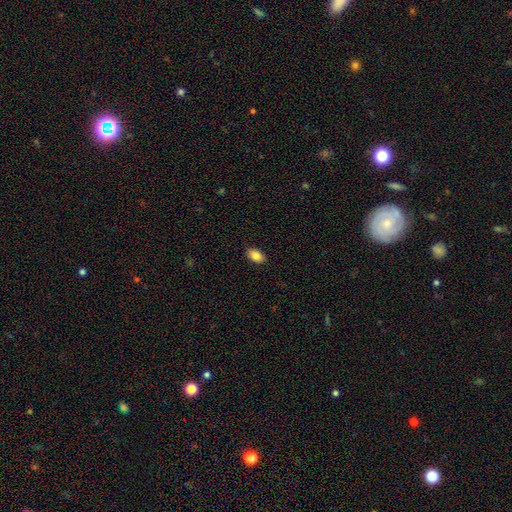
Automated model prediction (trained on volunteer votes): This appears to be a smooth galaxy with no disk features (84%) that is in between round and cigar-shaped (92%). Merging: none (89%).